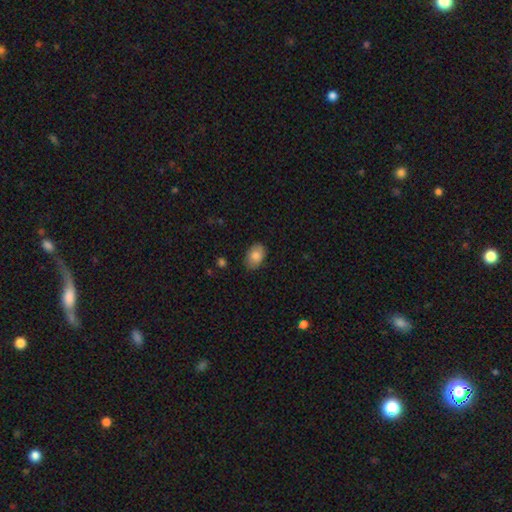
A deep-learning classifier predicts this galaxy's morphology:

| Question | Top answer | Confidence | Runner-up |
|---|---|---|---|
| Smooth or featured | smooth | 82% | featured or disk (11%) |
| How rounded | in between | 86% | round (13%) |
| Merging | none | 82% | minor disturbance (14%) |